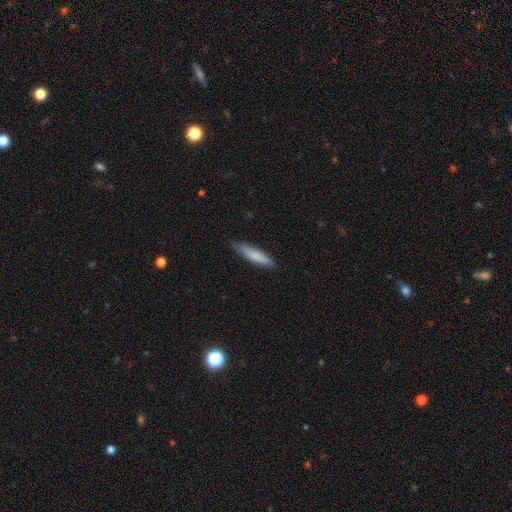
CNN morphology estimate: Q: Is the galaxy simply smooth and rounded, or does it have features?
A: smooth — 81%.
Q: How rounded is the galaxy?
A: cigar-shaped — 82%.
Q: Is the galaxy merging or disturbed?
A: none — 83%.